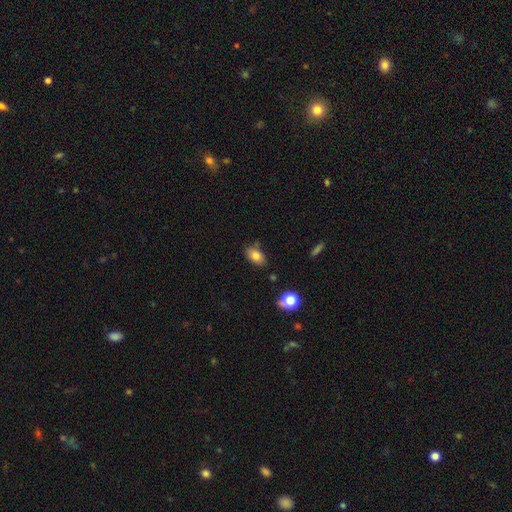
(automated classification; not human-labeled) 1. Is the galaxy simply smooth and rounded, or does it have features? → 80% smooth, 10% featured or disk, 10% star or artifact.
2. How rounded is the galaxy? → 88% in between, 10% round, 2% cigar-shaped.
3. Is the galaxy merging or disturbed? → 77% none, 16% minor disturbance, 4% merger, 3% major disturbance.